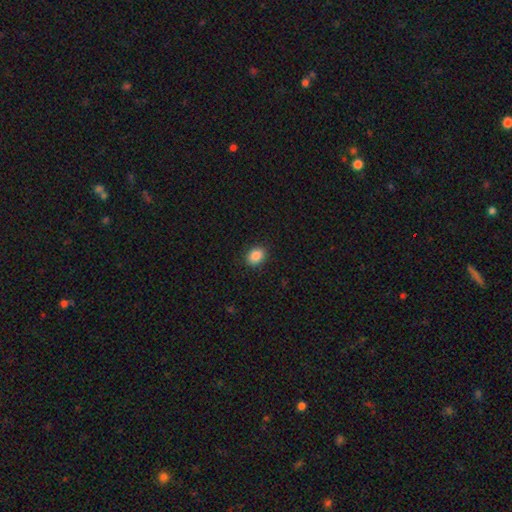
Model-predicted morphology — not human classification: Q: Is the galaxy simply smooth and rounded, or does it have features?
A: smooth — 88%.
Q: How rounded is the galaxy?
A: in between — 61%.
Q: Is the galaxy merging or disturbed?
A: none — 89%.